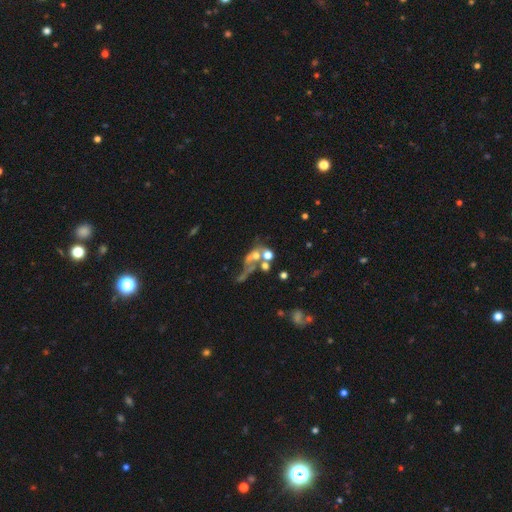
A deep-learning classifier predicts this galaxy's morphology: Smooth or featured? Predicted: featured or disk (p=0.44). Merging? Predicted: merger (p=0.40).